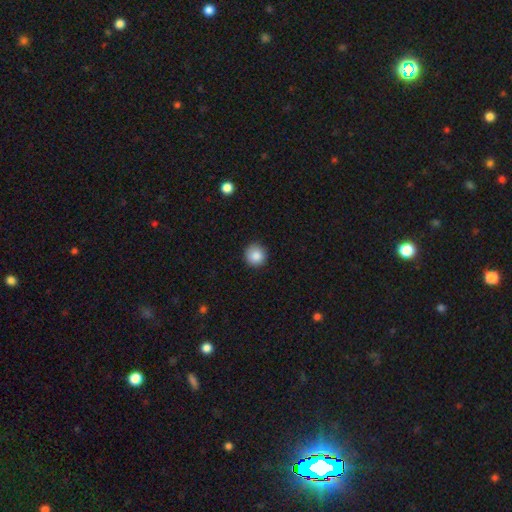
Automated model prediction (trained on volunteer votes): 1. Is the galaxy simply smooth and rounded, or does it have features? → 87% smooth, 9% star or artifact, 4% featured or disk.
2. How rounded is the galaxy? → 93% round, 6% in between, 1% cigar-shaped.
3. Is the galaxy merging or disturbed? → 89% none, 8% minor disturbance, 2% major disturbance, 1% merger.